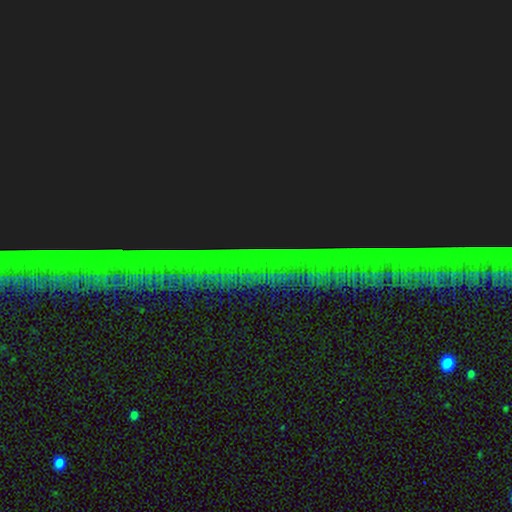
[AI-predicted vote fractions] smooth-or-featured: star or artifact: 87% | featured or disk: 7% | smooth: 6%